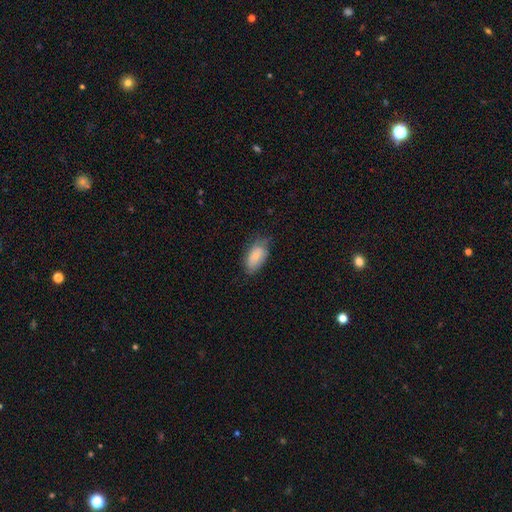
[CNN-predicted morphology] smooth 77%, featured or disk 17%, star or artifact 7%. Down the decision tree: how rounded — in between (93%); merging — none (58%).